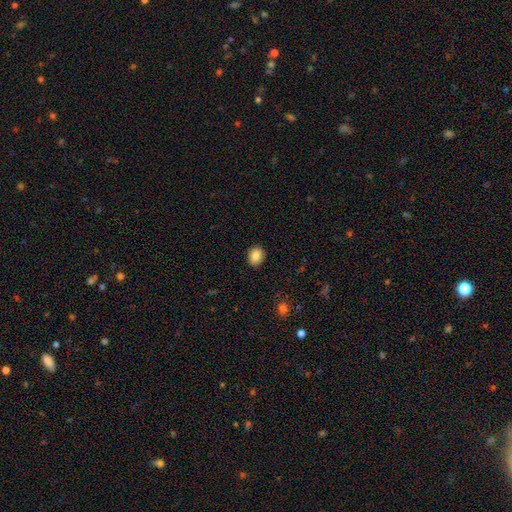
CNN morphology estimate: type=smooth (86%); roundness=in between (52%); merging=none (90%).